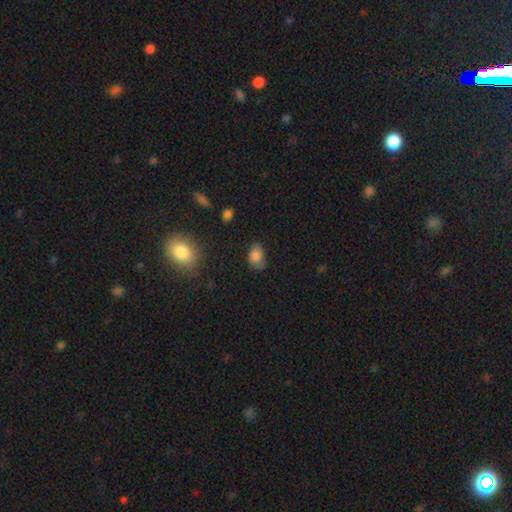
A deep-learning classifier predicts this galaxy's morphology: A smooth galaxy with no disk features (82%) that is in between round and cigar-shaped (82%). Merging: none (61%).